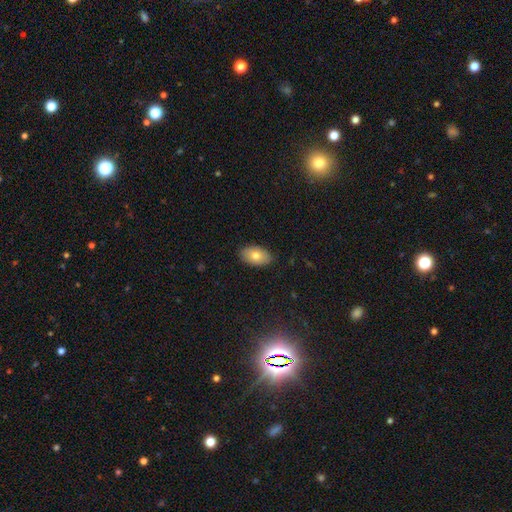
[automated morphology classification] smooth_or_featured: smooth (p=0.77) [alt: featured or disk p=0.16]
how_rounded: in between (p=0.93) [alt: round p=0.06]
merging: none (p=0.87) [alt: minor disturbance p=0.10]